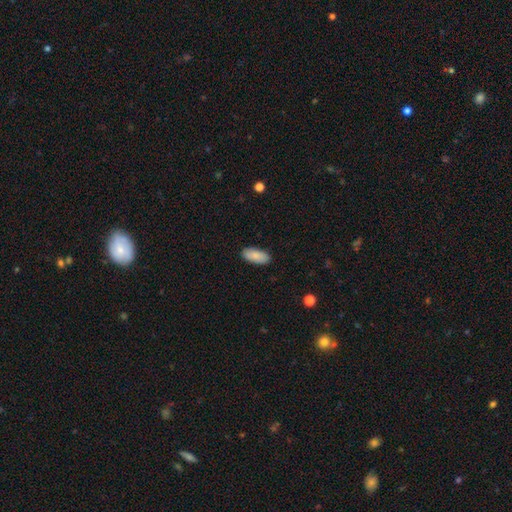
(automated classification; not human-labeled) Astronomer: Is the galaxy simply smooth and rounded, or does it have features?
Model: smooth — 87%.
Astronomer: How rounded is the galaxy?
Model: in between — 87%.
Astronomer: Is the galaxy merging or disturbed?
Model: none — 89%.